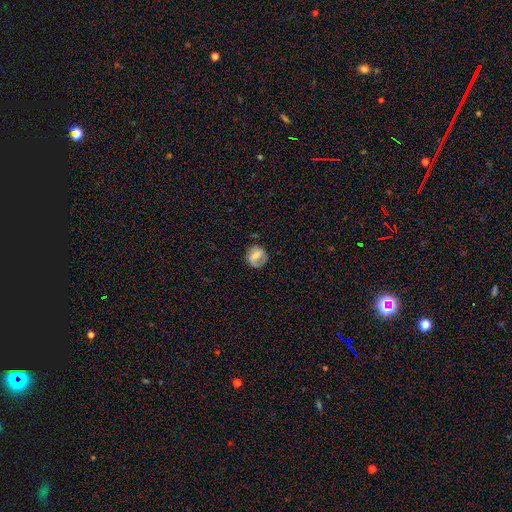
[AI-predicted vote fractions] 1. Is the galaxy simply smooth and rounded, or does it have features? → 52% smooth, 40% featured or disk, 8% star or artifact.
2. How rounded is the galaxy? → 79% round, 19% in between, 1% cigar-shaped.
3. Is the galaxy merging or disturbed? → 72% none, 19% minor disturbance, 8% major disturbance, 2% merger.